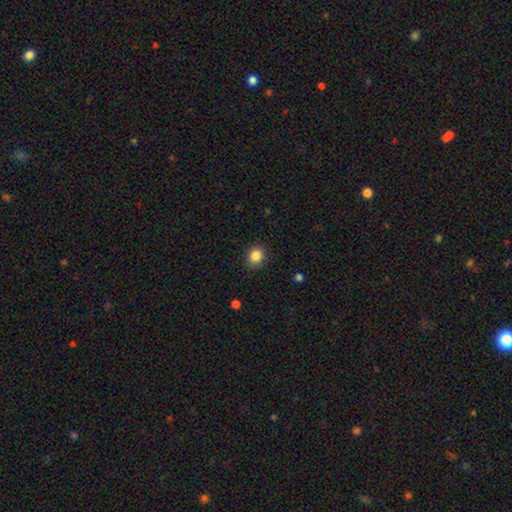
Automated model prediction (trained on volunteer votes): smooth 85%, star or artifact 10%, featured or disk 4%. Down the decision tree: how rounded — round (73%); merging — none (88%).